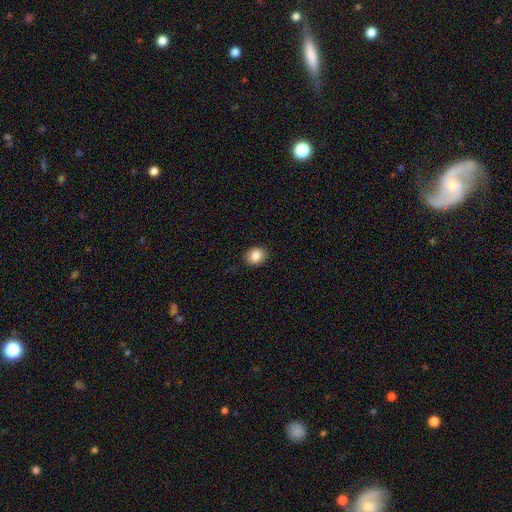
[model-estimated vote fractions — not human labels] A smooth galaxy with no disk features (86%) that is round (58%). Merging: none (90%).